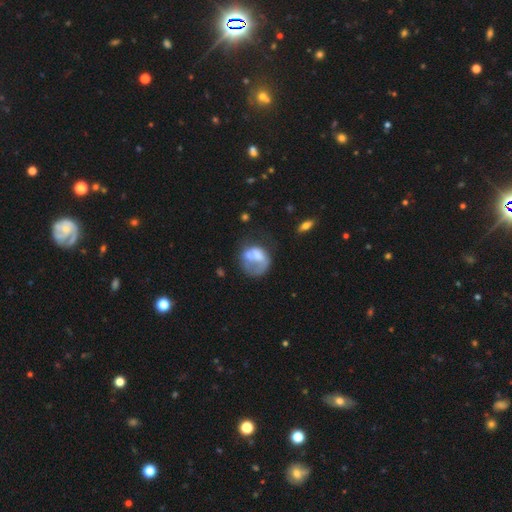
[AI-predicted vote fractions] A smooth galaxy with no disk features (50%) that is round (64%). Merging: major disturbance (38%).